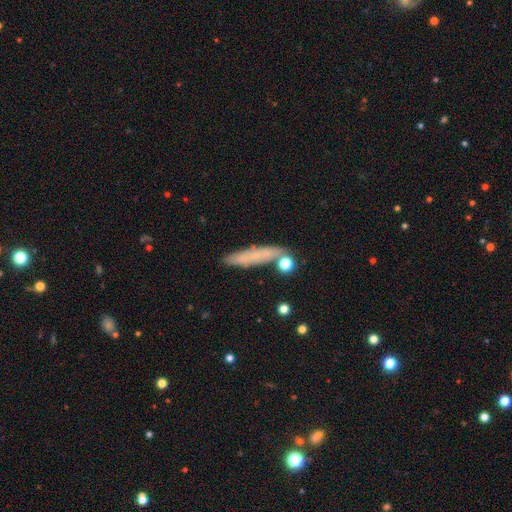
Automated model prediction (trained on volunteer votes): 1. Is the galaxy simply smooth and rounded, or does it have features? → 61% smooth, 27% featured or disk, 12% star or artifact.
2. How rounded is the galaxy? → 85% cigar-shaped, 12% in between, 3% round.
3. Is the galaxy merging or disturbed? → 74% none, 15% minor disturbance, 7% merger, 4% major disturbance.